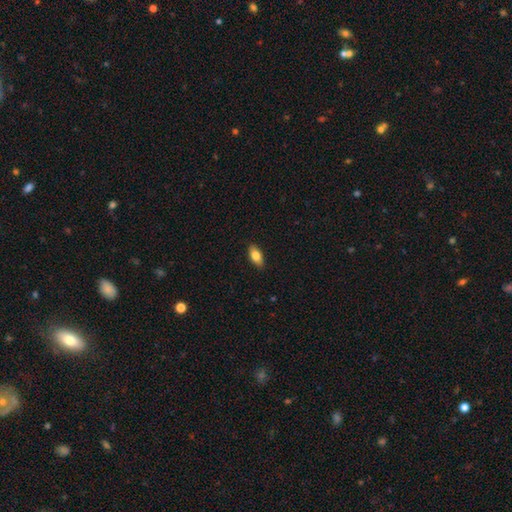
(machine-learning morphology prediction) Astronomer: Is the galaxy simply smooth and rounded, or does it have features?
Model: smooth — 80%.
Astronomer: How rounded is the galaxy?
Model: in between — 88%.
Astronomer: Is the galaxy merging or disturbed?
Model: none — 88%.